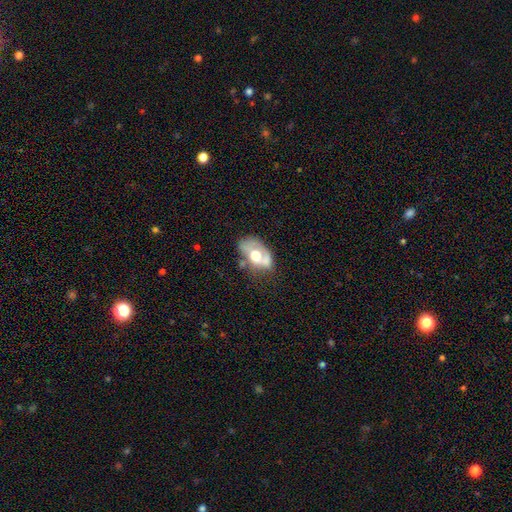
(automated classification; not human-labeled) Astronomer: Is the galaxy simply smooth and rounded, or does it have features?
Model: featured or disk — 51% (runner-up: smooth, 42%).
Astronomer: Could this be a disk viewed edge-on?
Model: no — 93%.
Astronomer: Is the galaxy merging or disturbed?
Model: none — 32% (runner-up: minor disturbance, 29%).